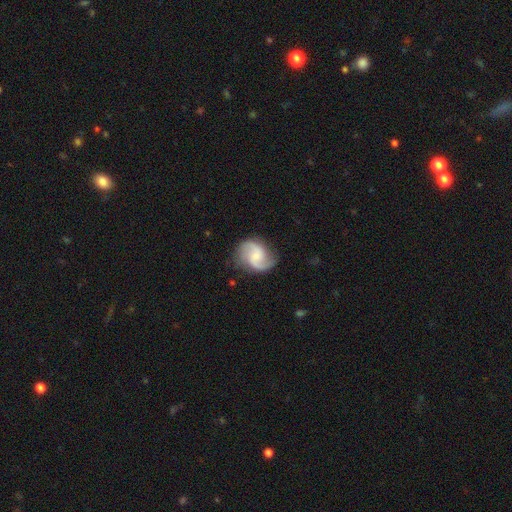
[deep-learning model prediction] smooth-or-featured: featured or disk: 84% | smooth: 11% | star or artifact: 5%
  disk-edge-on: no: 98% | yes: 2%
    bar: no: 51% | weak: 41% | strong: 8%
    has-spiral-arms: yes: 97% | no: 3%
      spiral-winding: medium: 45% | loose: 42% | tight: 13%
      spiral-arm-count: 2: 92% | can't tell: 3% | 1: 2% | 3: 2% | 4: 1% | more than 4: 1%
    bulge-size: small: 55% | moderate: 31% | none: 10% | large: 3% | dominant: 1%
  merging: none: 78% | minor disturbance: 15% | major disturbance: 5% | merger: 1%